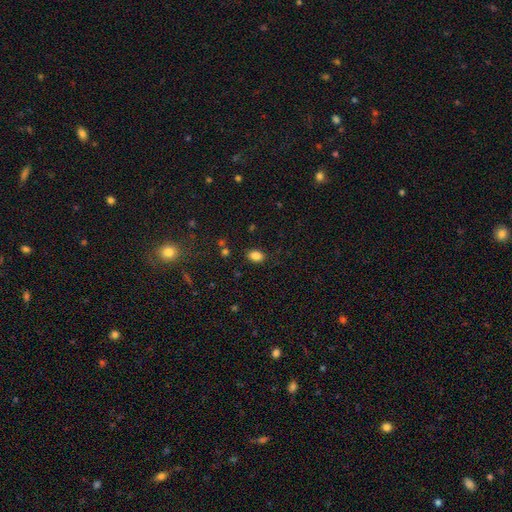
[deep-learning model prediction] This appears to be a smooth galaxy with no disk features (85%) that is in between round and cigar-shaped (82%). Merging: none (83%).